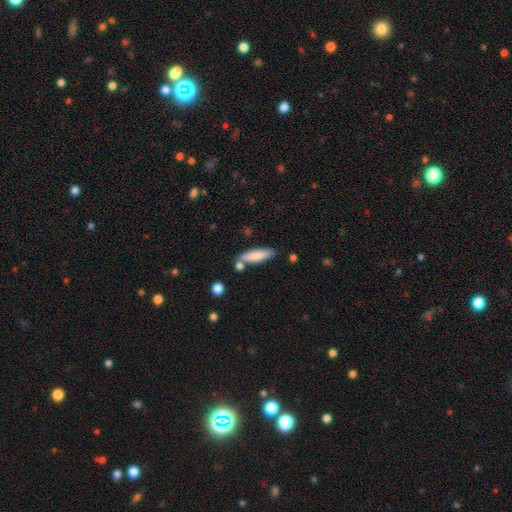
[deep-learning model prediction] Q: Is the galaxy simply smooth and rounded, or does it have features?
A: smooth — 79%.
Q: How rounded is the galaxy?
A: cigar-shaped — 70%.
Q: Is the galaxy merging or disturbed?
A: none — 73%.